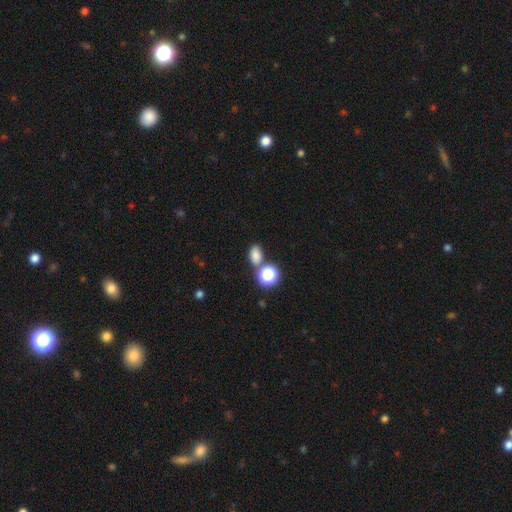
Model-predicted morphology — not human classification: This is likely a smooth galaxy (78%). How rounded: likely in between (73%). Merging: likely none (65%).